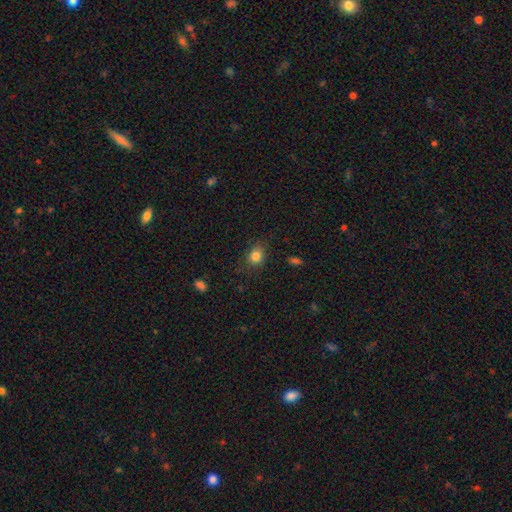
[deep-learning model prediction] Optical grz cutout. It shows a smooth galaxy with no disk features (82%) that is round (63%). Merging: none (77%).